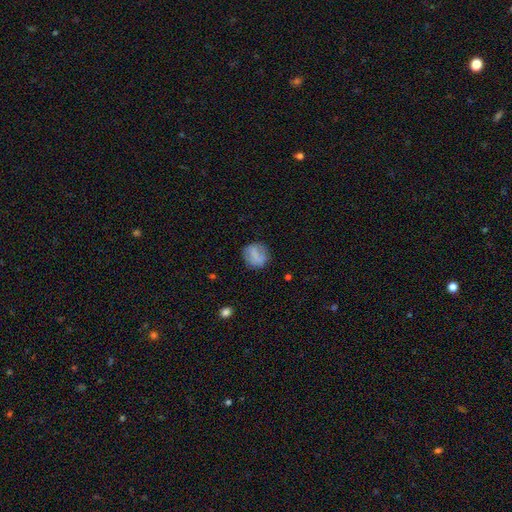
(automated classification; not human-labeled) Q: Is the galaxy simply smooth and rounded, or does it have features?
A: smooth — 71%.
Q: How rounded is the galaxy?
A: round — 73%.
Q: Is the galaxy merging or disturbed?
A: none — 74%.